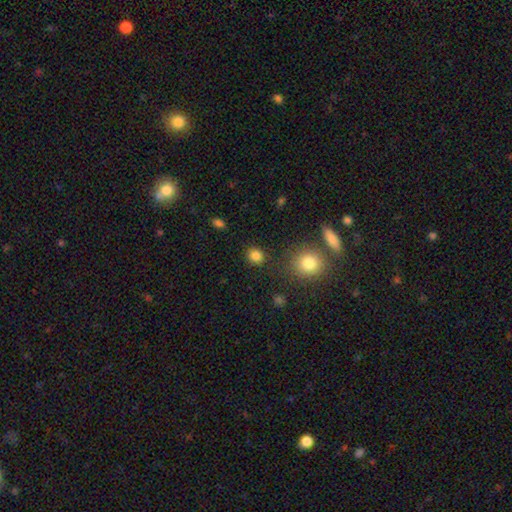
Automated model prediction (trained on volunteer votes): Smooth or featured?
  - smooth: 84% *
  - star or artifact: 12%
  - featured or disk: 4%
How rounded?
  - round: 79% *
  - in between: 20%
  - cigar-shaped: 1%
Merging?
  - none: 86% *
  - minor disturbance: 8%
  - merger: 3%
  - major disturbance: 3%